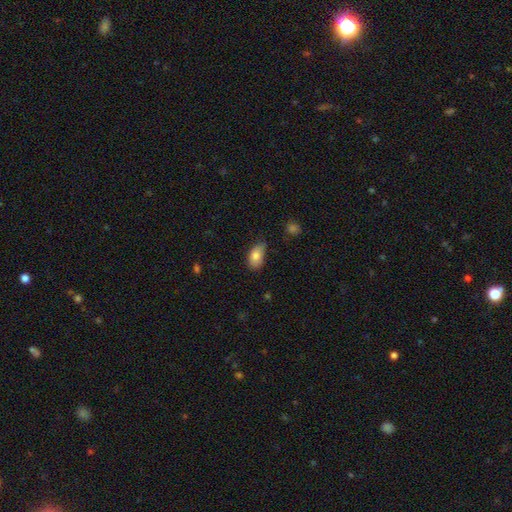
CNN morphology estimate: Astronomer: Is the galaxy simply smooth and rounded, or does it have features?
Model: smooth — 83%.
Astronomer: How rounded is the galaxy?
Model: in between — 91%.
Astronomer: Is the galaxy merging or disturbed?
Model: none — 64%.